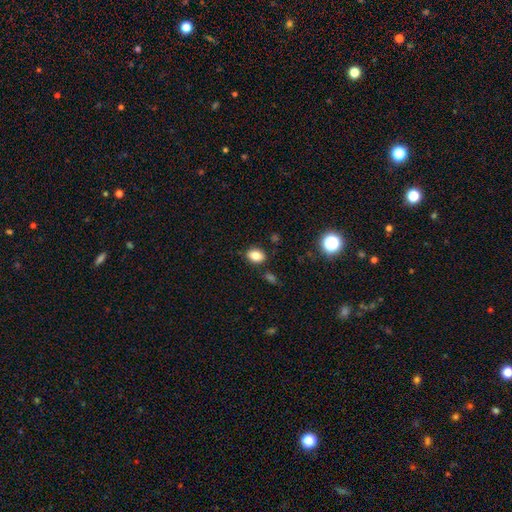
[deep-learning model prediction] A smooth galaxy with no disk features (83%) that is in between round and cigar-shaped (70%). Merging: none (84%).